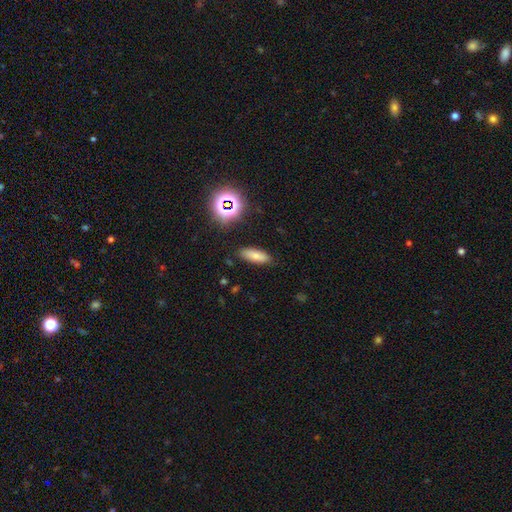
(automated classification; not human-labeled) Smooth or featured?
  - smooth: 74% *
  - star or artifact: 14%
  - featured or disk: 12%
How rounded?
  - in between: 65% *
  - cigar-shaped: 31%
  - round: 4%
Merging?
  - none: 85% *
  - minor disturbance: 10%
  - major disturbance: 3%
  - merger: 2%